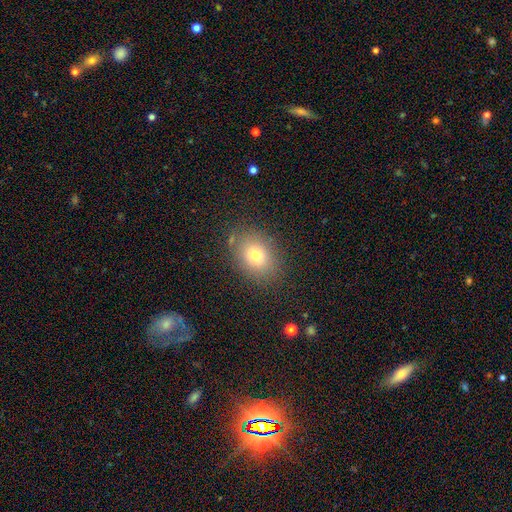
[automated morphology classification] The model was most divided on "how rounded": in between: 67%, round: 32%, cigar-shaped: 1%. More confident: merging — none (82%); smooth or featured — smooth (75%).